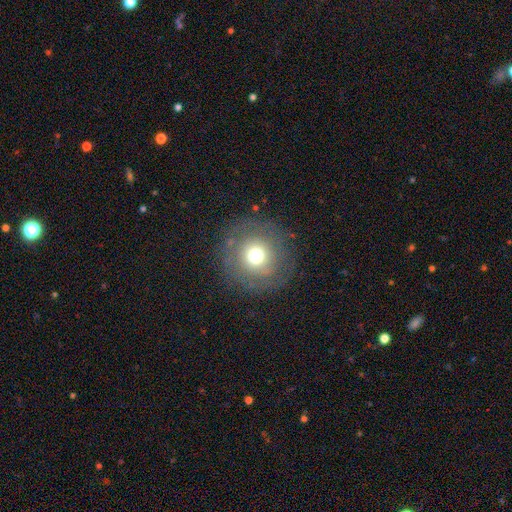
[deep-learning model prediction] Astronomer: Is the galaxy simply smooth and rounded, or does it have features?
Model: smooth — 64%.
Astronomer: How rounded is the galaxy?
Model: round — 94%.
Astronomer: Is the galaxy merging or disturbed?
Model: none — 83%.